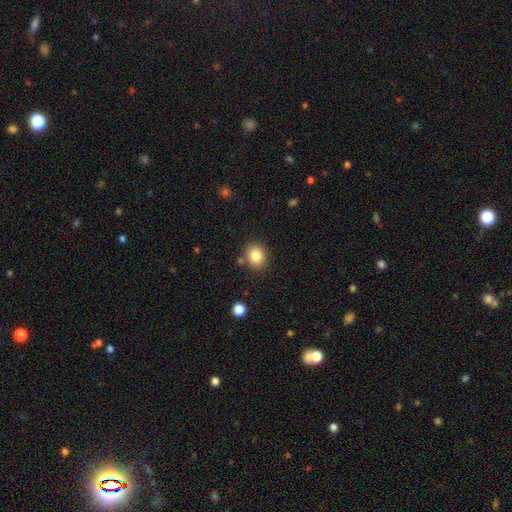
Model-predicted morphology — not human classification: Smooth or featured?
  - smooth: 84% *
  - star or artifact: 10%
  - featured or disk: 7%
How rounded?
  - round: 64% *
  - in between: 35%
  - cigar-shaped: 1%
Merging?
  - none: 82% *
  - minor disturbance: 10%
  - merger: 5%
  - major disturbance: 3%